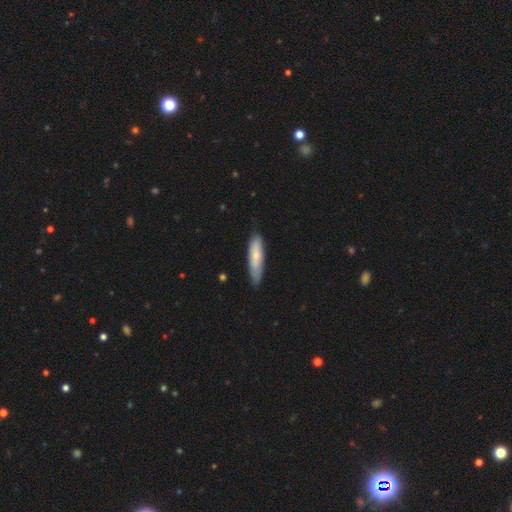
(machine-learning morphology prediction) The model was most divided on "how rounded": cigar-shaped: 68%, in between: 30%, round: 2%. More confident: merging — none (76%); smooth or featured — smooth (67%).